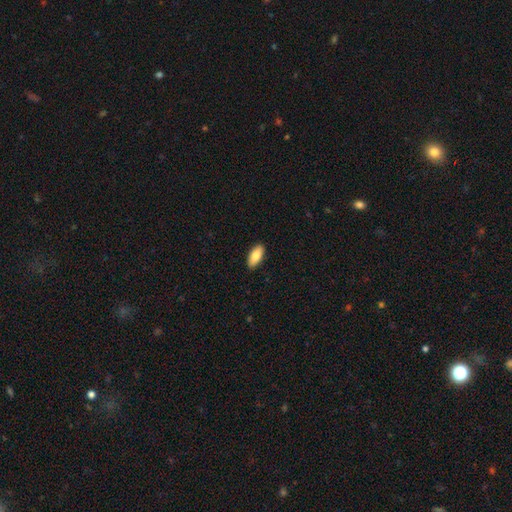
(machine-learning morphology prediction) type=smooth (84%); roundness=in between (87%); merging=none (90%).